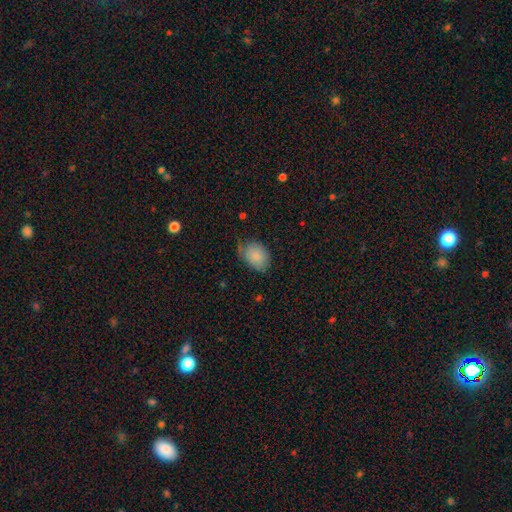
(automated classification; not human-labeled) A smooth galaxy with no disk features (83%) that is in between round and cigar-shaped (76%). Merging: none (57%).